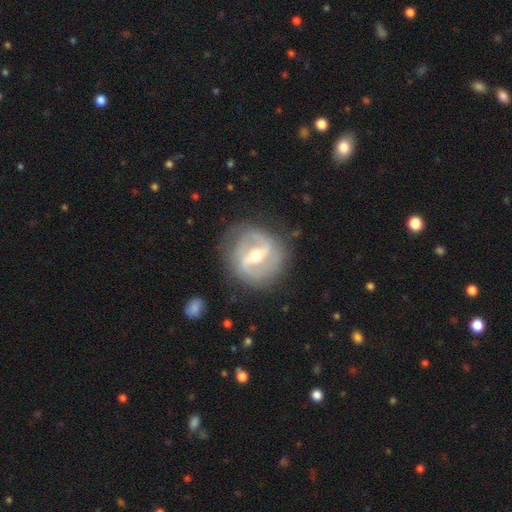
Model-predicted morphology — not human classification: smooth-or-featured: featured or disk: 85% | smooth: 10% | star or artifact: 5%
  disk-edge-on: no: 96% | yes: 4%
    bar: strong: 55% | weak: 35% | no: 10%
    has-spiral-arms: yes: 86% | no: 14%
      spiral-winding: medium: 45% | tight: 29% | loose: 26%
      spiral-arm-count: 2: 83% | can't tell: 9% | 3: 4% | 1: 2% | 4: 1% | more than 4: 1%
    bulge-size: moderate: 66% | small: 28% | large: 4% | none: 1% | dominant: 1%
  merging: none: 79% | minor disturbance: 13% | major disturbance: 6% | merger: 2%